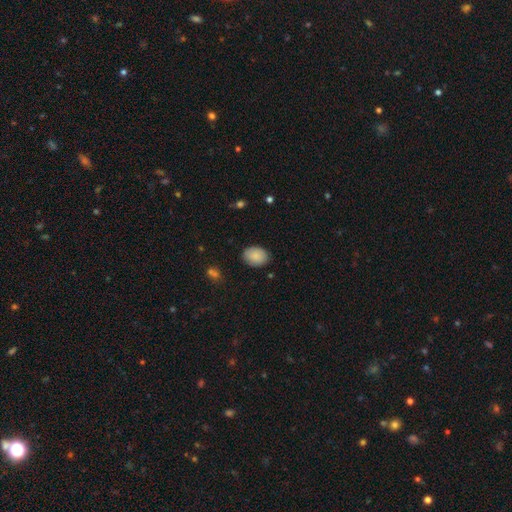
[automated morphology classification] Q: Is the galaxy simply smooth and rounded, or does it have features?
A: smooth — 86%.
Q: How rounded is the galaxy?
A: in between — 69%.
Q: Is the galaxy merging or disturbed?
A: none — 84%.